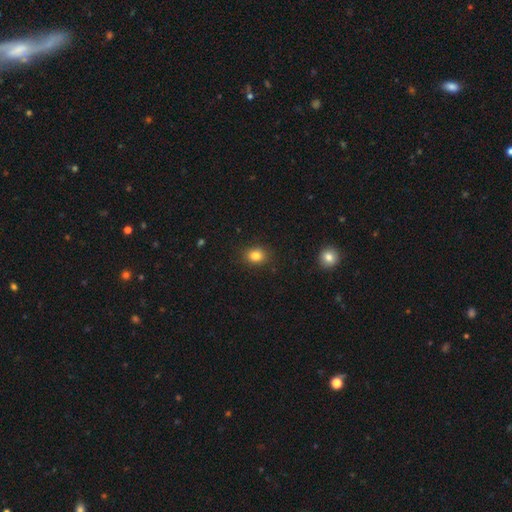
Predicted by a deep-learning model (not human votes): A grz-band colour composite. It shows a smooth galaxy with no disk features (83%) that is round (54%). Merging: none (88%).